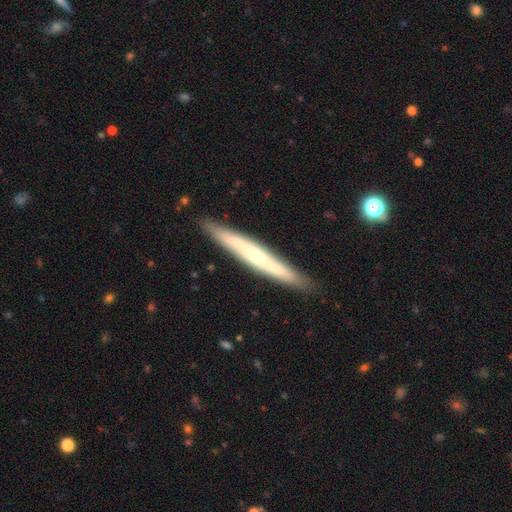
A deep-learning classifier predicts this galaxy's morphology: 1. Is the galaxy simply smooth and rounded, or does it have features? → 54% featured or disk, 40% smooth, 6% star or artifact.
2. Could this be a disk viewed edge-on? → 88% yes, 12% no.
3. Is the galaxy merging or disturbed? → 88% none, 9% minor disturbance, 2% major disturbance, 1% merger.